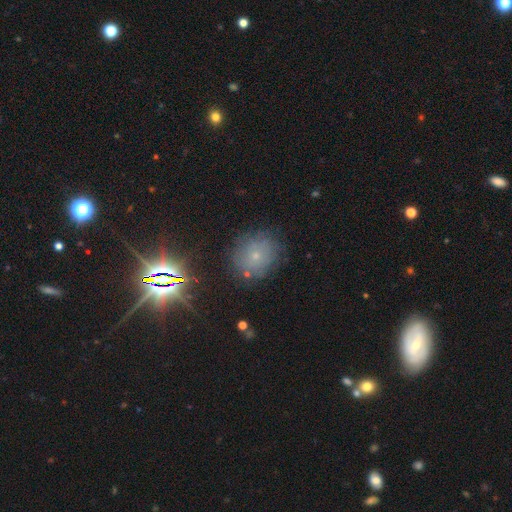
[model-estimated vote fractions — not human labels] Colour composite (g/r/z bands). It shows a smooth galaxy with no disk features (47%). Merging: none (79%).